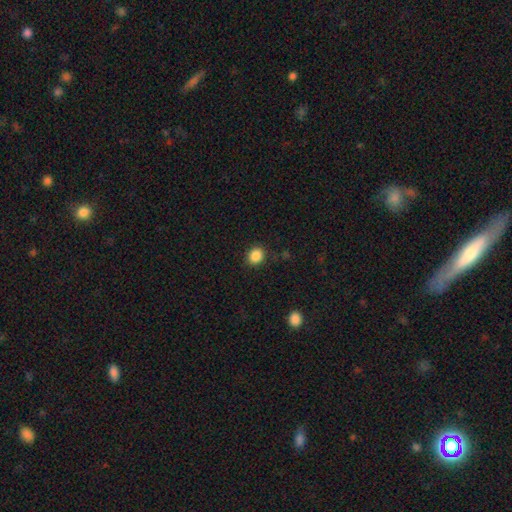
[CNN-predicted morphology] Q: Smooth or featured?
A: smooth (87%); runner-up: star or artifact (10%)
Q: How rounded?
A: round (68%); runner-up: in between (31%)
Q: Merging?
A: none (87%); runner-up: minor disturbance (9%)